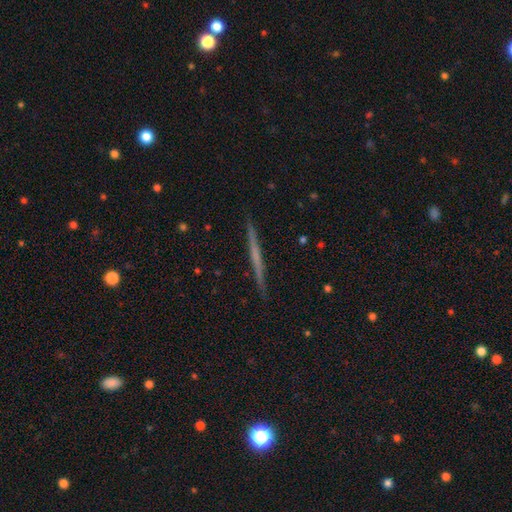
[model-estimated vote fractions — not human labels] A featured or disk galaxy (59%) viewed edge-on (98%) with no central bulge (84%).

Vote fractions:
- Smooth or featured? featured or disk: 59% / smooth: 35% / star or artifact: 6%
- Edge-on disk? yes: 98% / no: 2%
- Edge-on bulge? none: 84% / rounded: 10% / boxy: 5%
- Merging? none: 91% / minor disturbance: 6% / major disturbance: 1% / merger: 1%